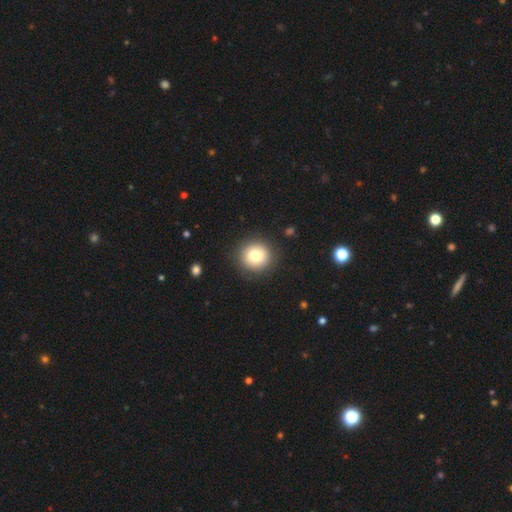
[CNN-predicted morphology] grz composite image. It shows a smooth galaxy with no disk features (78%) that is round (92%). Merging: none (89%).